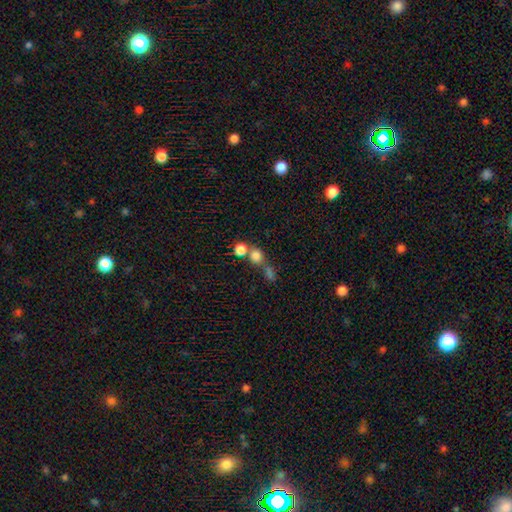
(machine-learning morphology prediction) Smooth or featured?
  - smooth: 75% *
  - star or artifact: 16%
  - featured or disk: 9%
How rounded?
  - round: 79% *
  - in between: 20%
  - cigar-shaped: 2%
Merging?
  - none: 47% *
  - merger: 39%
  - minor disturbance: 8%
  - major disturbance: 6%